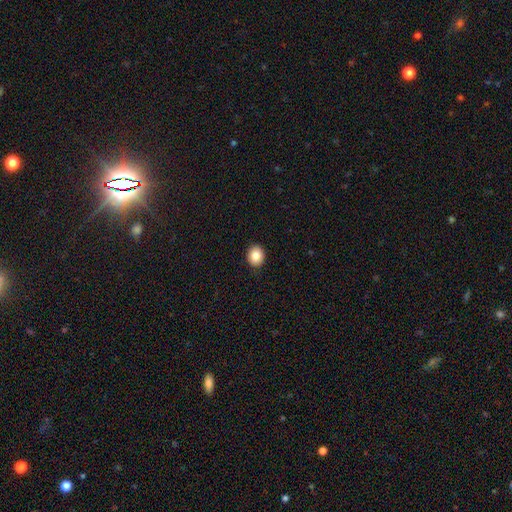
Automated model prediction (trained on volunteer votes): This is clearly a smooth galaxy (84%). How rounded: likely round (63%). Merging: clearly none (90%).